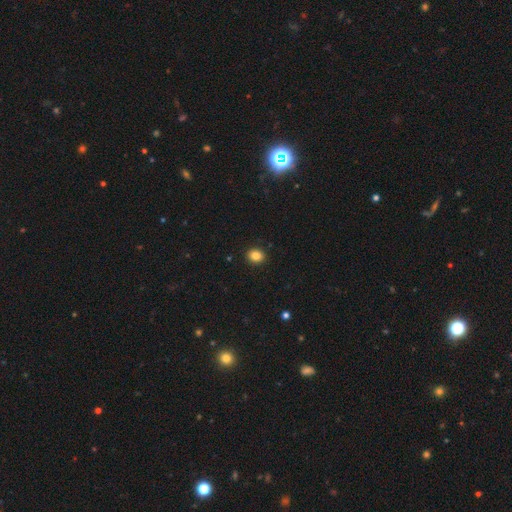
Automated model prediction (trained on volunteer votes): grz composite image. It shows a smooth galaxy with no disk features (84%) that is round (66%). Merging: none (91%).